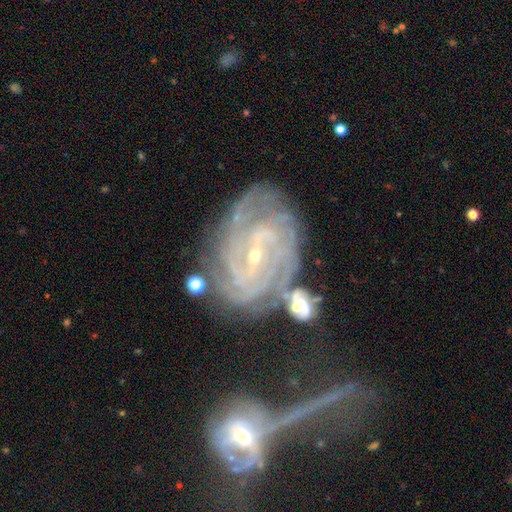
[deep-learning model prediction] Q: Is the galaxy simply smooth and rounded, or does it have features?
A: featured or disk — 88%.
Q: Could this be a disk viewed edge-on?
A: no — 97%.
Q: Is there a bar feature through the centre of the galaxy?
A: weak — 44%.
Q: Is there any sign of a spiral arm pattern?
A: yes — 97%.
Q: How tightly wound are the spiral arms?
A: tight — 70%.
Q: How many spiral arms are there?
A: can't tell — 25%.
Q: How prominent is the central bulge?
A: small — 81%.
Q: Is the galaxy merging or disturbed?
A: none — 62%.